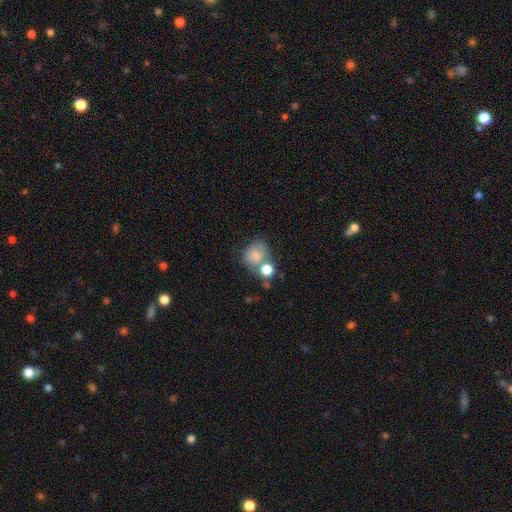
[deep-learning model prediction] smooth-or-featured: smooth: 68% | featured or disk: 20% | star or artifact: 11%
  how-rounded: round: 66% | in between: 33% | cigar-shaped: 1%
  merging: none: 37% | merger: 35% | minor disturbance: 17% | major disturbance: 11%